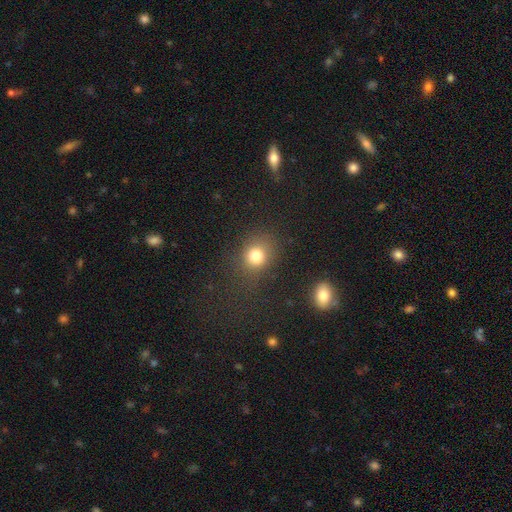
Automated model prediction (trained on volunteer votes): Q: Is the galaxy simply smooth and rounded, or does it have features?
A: smooth — 79%.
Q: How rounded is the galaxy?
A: round — 68%.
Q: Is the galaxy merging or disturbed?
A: none — 73%.